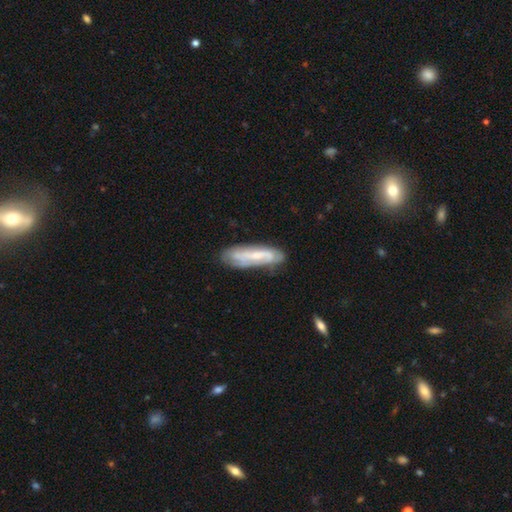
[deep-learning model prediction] smooth-or-featured: featured or disk: 56% | smooth: 37% | star or artifact: 7%
  disk-edge-on: no: 70% | yes: 30%
  merging: none: 71% | minor disturbance: 20% | major disturbance: 6% | merger: 3%